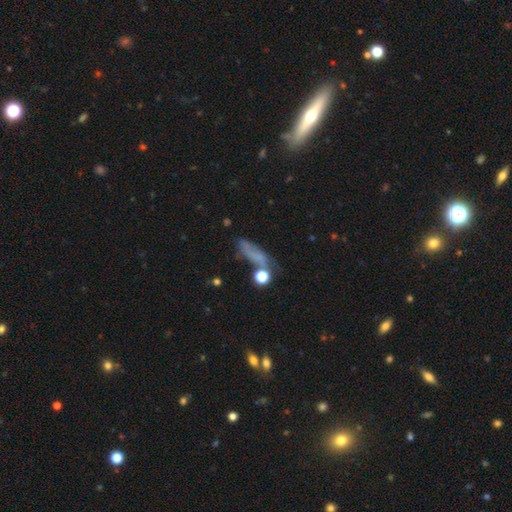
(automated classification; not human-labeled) Q: Smooth or featured?
A: smooth (54%); runner-up: featured or disk (25%)
Q: How rounded?
A: cigar-shaped (49%); runner-up: in between (38%)
Q: Merging?
A: none (43%); runner-up: minor disturbance (23%)